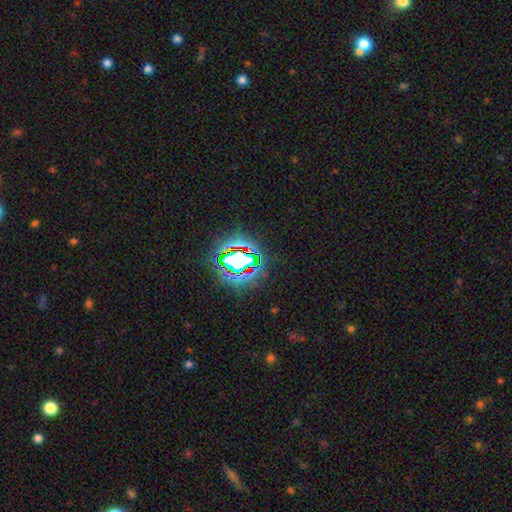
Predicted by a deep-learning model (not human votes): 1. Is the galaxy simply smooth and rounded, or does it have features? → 82% star or artifact, 11% smooth, 7% featured or disk.